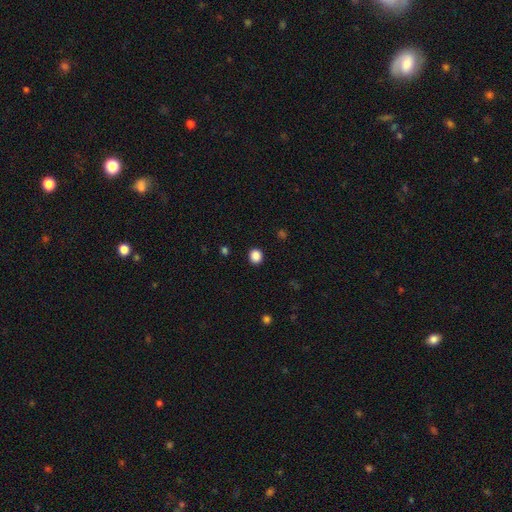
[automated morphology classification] type=smooth (87%); roundness=round (79%); merging=none (91%).